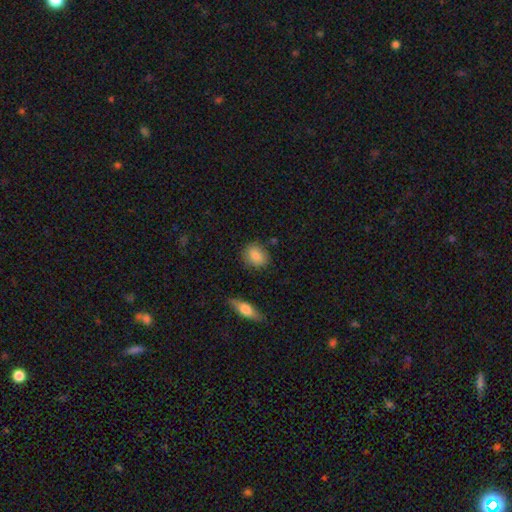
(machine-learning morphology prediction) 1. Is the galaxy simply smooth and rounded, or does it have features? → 84% smooth, 9% featured or disk, 7% star or artifact.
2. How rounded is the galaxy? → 57% round, 41% in between, 2% cigar-shaped.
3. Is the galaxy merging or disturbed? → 81% none, 13% minor disturbance, 3% merger, 3% major disturbance.